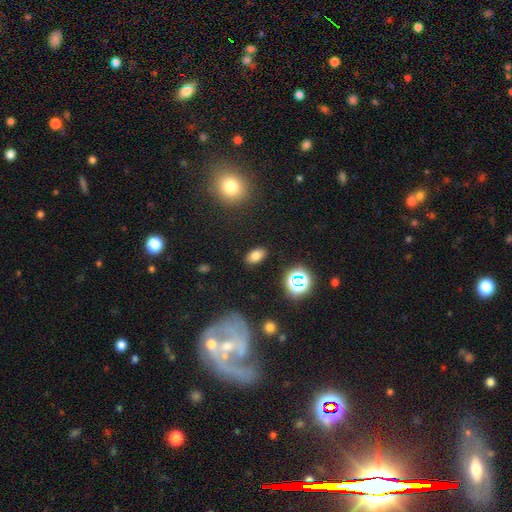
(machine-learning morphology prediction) Smooth or featured? smooth (76%)
How rounded? in between (89%)
Merging? none (87%)